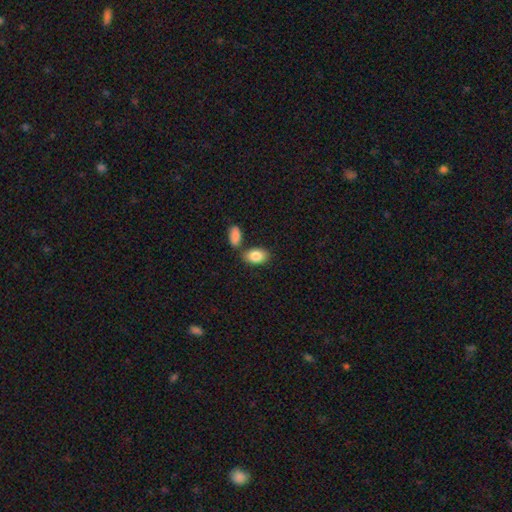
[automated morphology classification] type=smooth (86%); roundness=in between (91%); merging=none (65%).